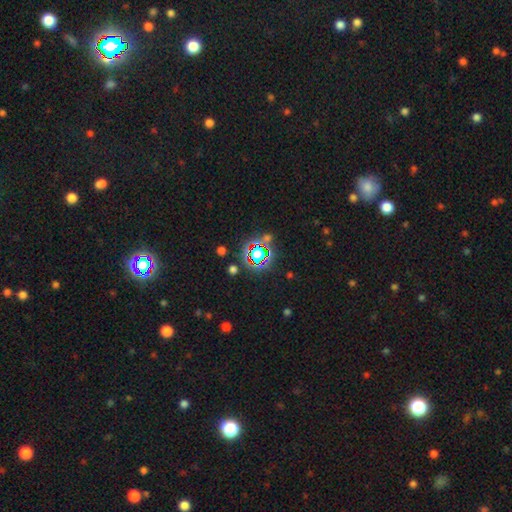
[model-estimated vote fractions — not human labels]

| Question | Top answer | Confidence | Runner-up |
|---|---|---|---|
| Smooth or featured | star or artifact | 66% | smooth (23%) |